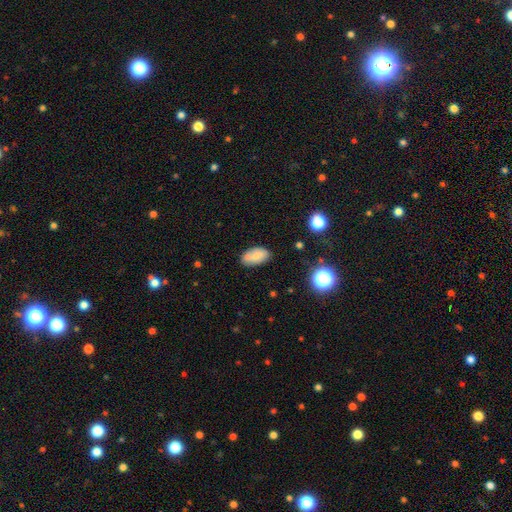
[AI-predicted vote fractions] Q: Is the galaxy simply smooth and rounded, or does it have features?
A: smooth — 74%.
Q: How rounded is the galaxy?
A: in between — 92%.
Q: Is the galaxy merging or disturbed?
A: none — 62%.